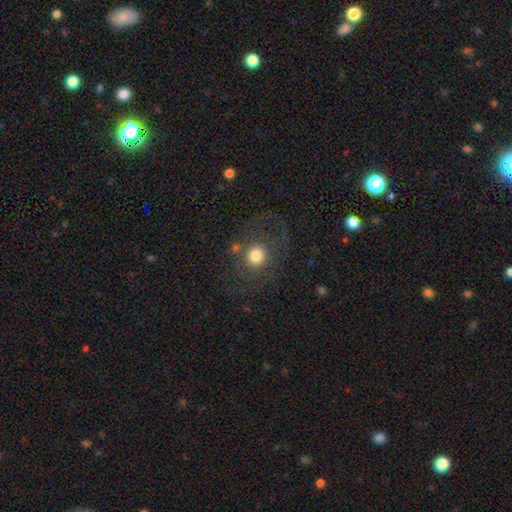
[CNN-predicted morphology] A smooth galaxy with no disk features (64%) that is round (80%). Merging: none (63%).